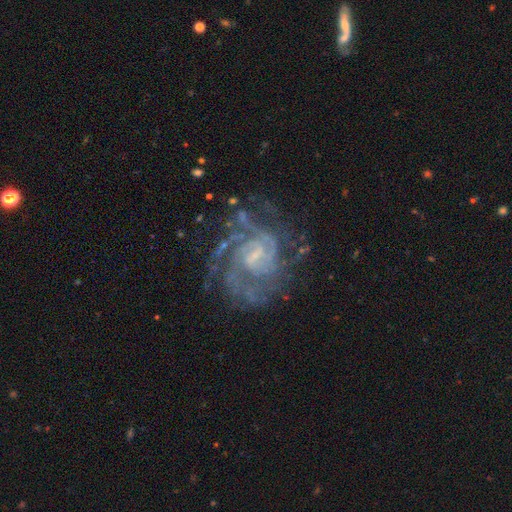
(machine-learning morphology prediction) The model was most divided on "spiral arm count": can't tell: 27%, 2: 24%, 3: 22%, 4: 13%, more than 4: 7%, 1: 7%. More confident: edge-on disk — no (98%); spiral arms — yes (96%); smooth or featured — featured or disk (87%); merging — none (68%); spiral winding — tight (60%); bar — weak (55%); bulge size — small (53%).